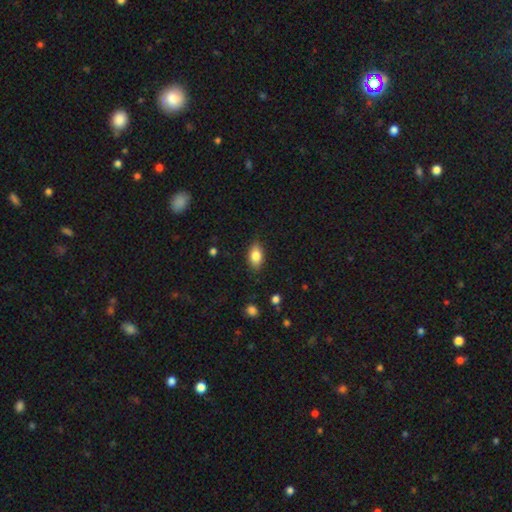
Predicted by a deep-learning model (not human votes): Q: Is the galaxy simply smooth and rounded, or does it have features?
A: smooth — 83%.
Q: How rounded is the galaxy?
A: in between — 89%.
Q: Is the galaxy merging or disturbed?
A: none — 86%.